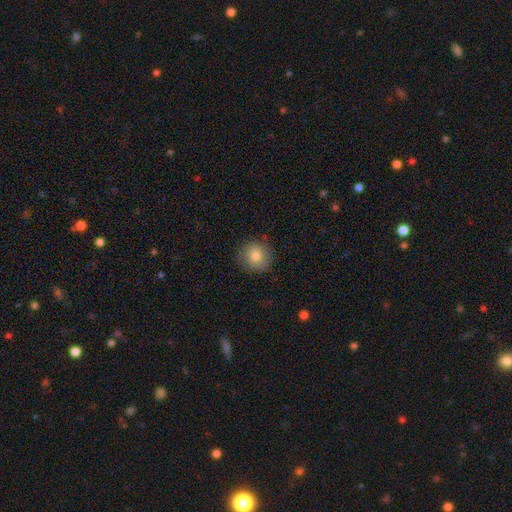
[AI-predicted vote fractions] Overall: smooth (75%). How rounded: round (93%). Merging: none (85%).